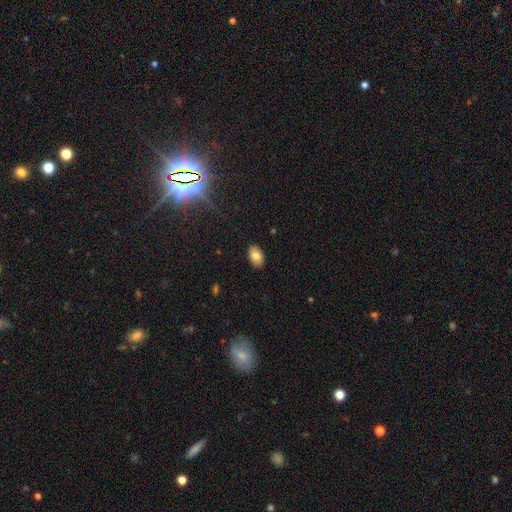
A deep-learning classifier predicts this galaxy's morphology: This appears to be a smooth galaxy with no disk features (80%) that is in between round and cigar-shaped (92%). Merging: none (88%).